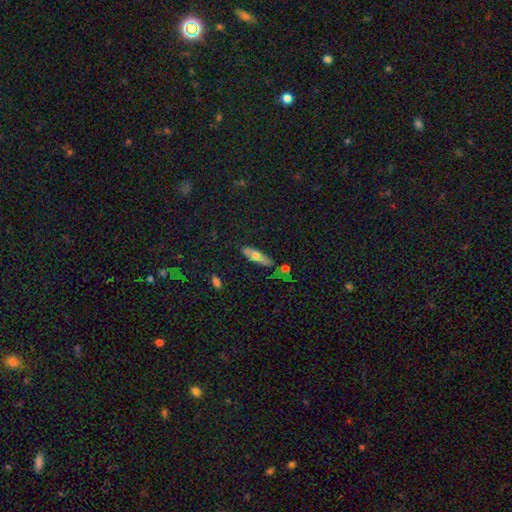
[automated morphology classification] Smooth or featured?
  - smooth: 60% *
  - featured or disk: 32%
  - star or artifact: 8%
How rounded?
  - in between: 49% *
  - cigar-shaped: 48%
  - round: 3%
Merging?
  - none: 62% *
  - minor disturbance: 22%
  - merger: 9%
  - major disturbance: 7%